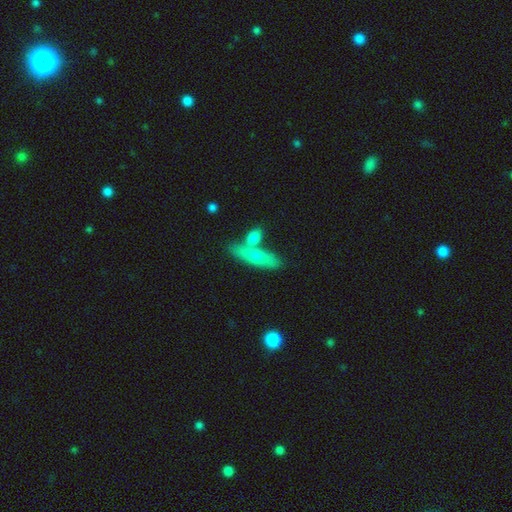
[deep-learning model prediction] Smooth or featured? Predicted: smooth (p=0.63). How rounded? Predicted: cigar-shaped (p=0.52). Merging? Predicted: none (p=0.51).